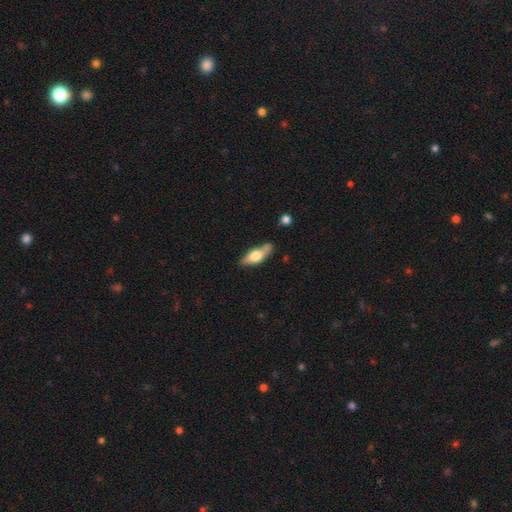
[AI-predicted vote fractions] The model was most divided on "smooth or featured" (2-way tie): featured or disk: 47%, smooth: 47%, star or artifact: 6%. More confident: merging — none (71%).